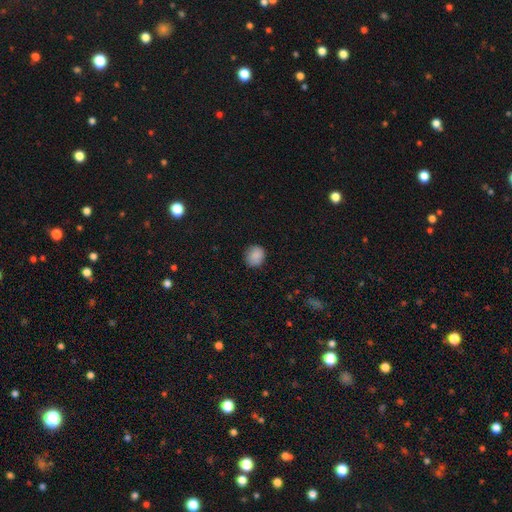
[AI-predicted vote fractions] Smooth or featured? Predicted: smooth (p=0.87). How rounded? Predicted: round (p=0.83). Merging? Predicted: none (p=0.85).